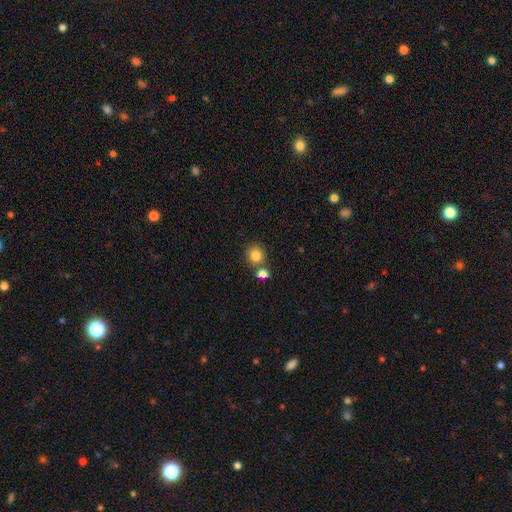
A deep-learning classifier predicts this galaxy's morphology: Smooth or featured? smooth (83%)
How rounded? round (89%)
Merging? none (71%)